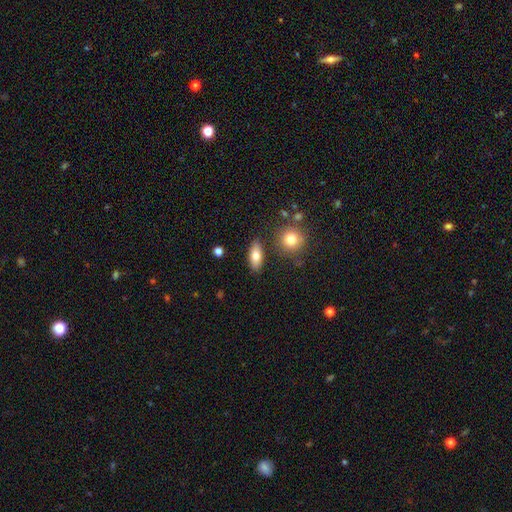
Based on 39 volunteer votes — smooth 74%, featured or disk 18%, star or artifact 8%. Down the decision tree: how rounded — in between (62%); merging — none (75%).